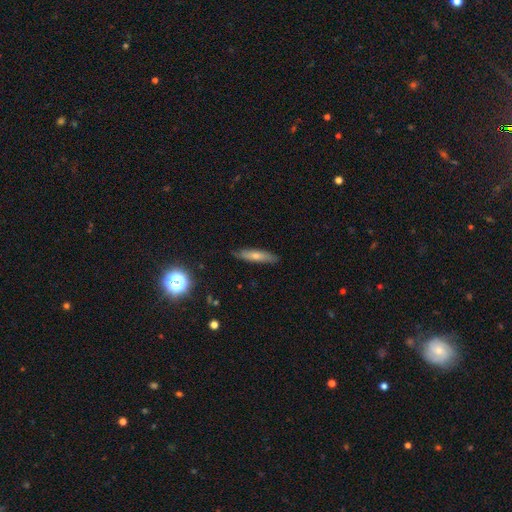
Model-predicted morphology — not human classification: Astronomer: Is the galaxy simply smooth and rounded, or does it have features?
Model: smooth — 62%.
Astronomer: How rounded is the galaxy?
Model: cigar-shaped — 80%.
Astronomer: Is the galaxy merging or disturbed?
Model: none — 82%.